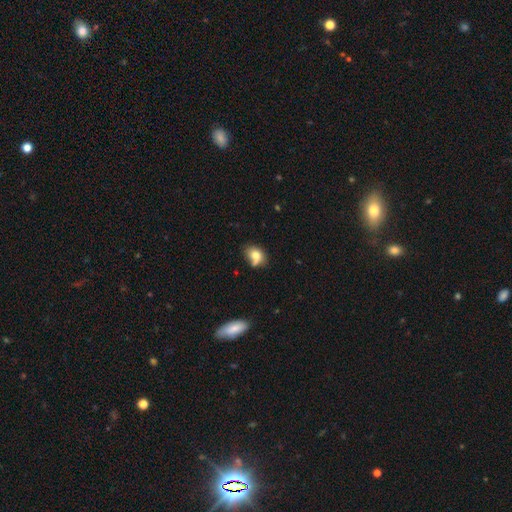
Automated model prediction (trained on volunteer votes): This appears to be a smooth galaxy with no disk features (74%) that is in between round and cigar-shaped (63%). Merging: none (44%).